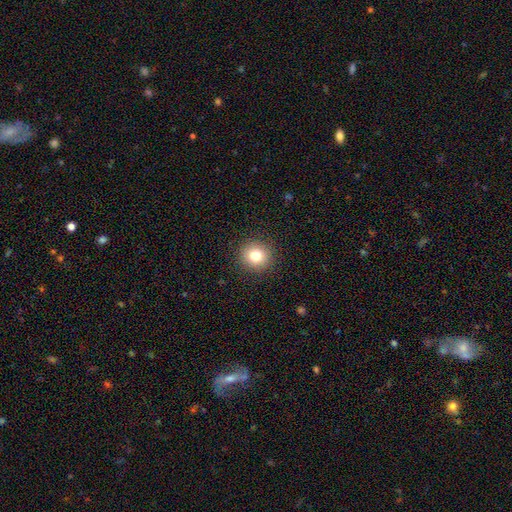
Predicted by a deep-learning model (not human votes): smooth-or-featured: smooth: 79% | star or artifact: 12% | featured or disk: 9%
  how-rounded: round: 93% | in between: 7% | cigar-shaped: 1%
  merging: none: 91% | minor disturbance: 6% | major disturbance: 2% | merger: 1%